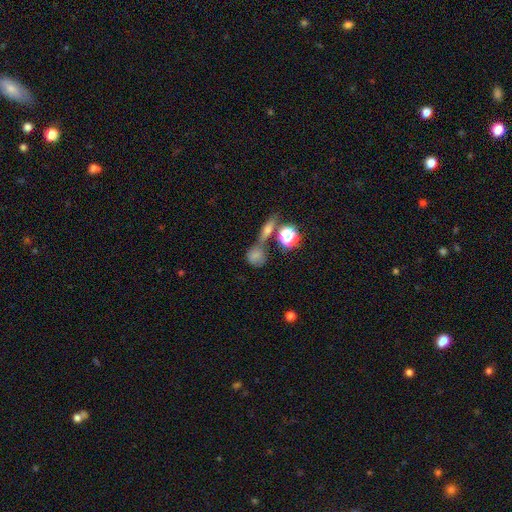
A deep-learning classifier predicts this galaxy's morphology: Smooth or featured? Predicted: smooth (p=0.69). How rounded? Predicted: round (p=0.74). Merging? Predicted: none (p=0.50).